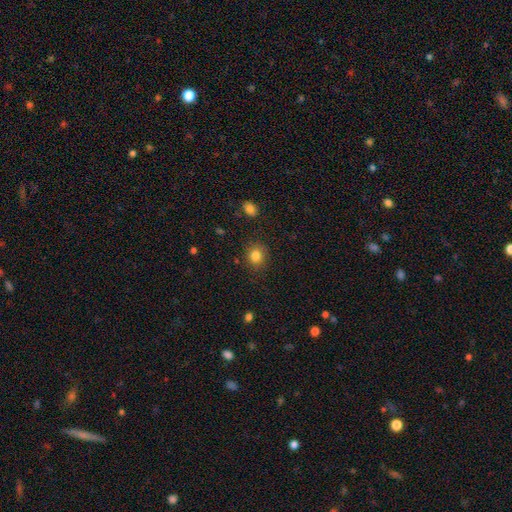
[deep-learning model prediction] smooth_or_featured: smooth (p=0.84) [alt: star or artifact p=0.11]
how_rounded: round (p=0.76) [alt: in between p=0.23]
merging: none (p=0.84) [alt: minor disturbance p=0.11]